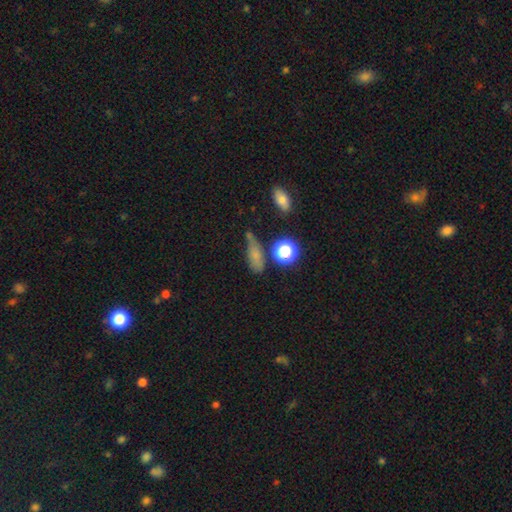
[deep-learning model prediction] smooth 67%, star or artifact 19%, featured or disk 14%. Down the decision tree: how rounded — in between (56%); merging — none (53%).